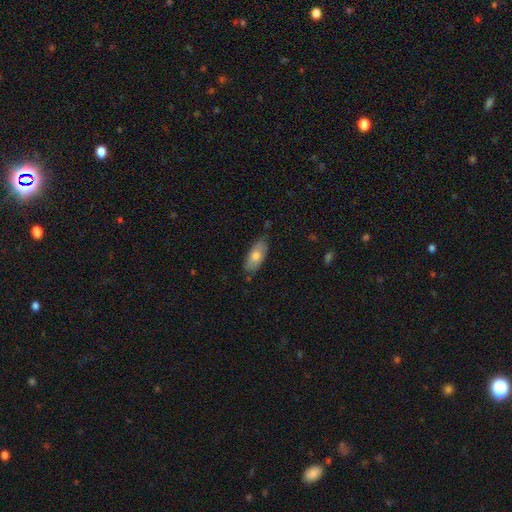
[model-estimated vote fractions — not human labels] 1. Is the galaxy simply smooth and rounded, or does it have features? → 73% smooth, 21% featured or disk, 6% star or artifact.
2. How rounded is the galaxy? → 83% in between, 14% cigar-shaped, 3% round.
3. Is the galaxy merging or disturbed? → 75% none, 20% minor disturbance, 3% major disturbance, 2% merger.